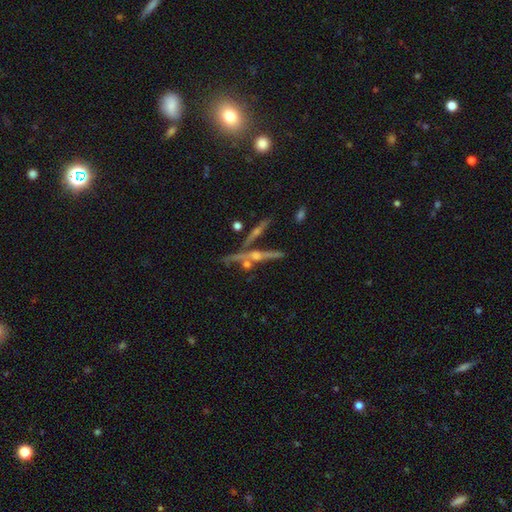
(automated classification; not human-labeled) The model was most divided on "merging": none: 64%, merger: 18%, minor disturbance: 11%, major disturbance: 6%. More confident: edge-on disk — yes (91%); edge-on bulge — rounded (70%); smooth or featured — featured or disk (67%).